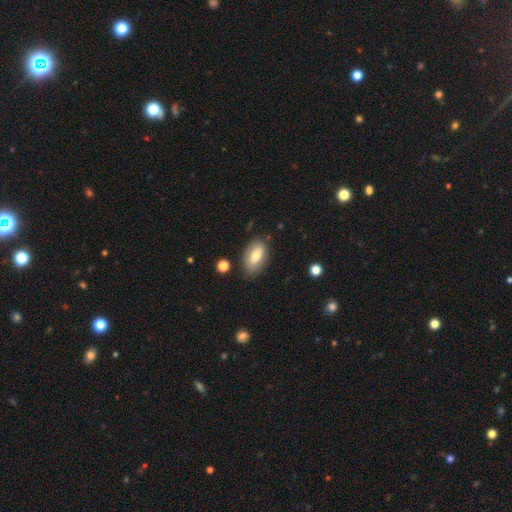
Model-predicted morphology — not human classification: A smooth galaxy with no disk features (71%) that is in between round and cigar-shaped (90%). Merging: none (80%).